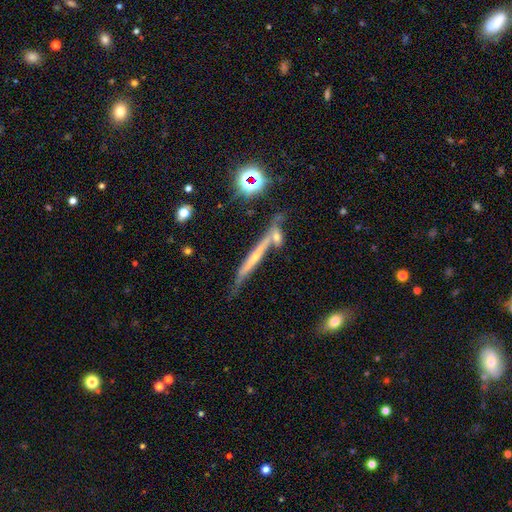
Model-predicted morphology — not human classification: This appears to be a featured or disk galaxy (65%) viewed edge-on (92%) with a rounded central bulge (50%). Merging: none (61%).